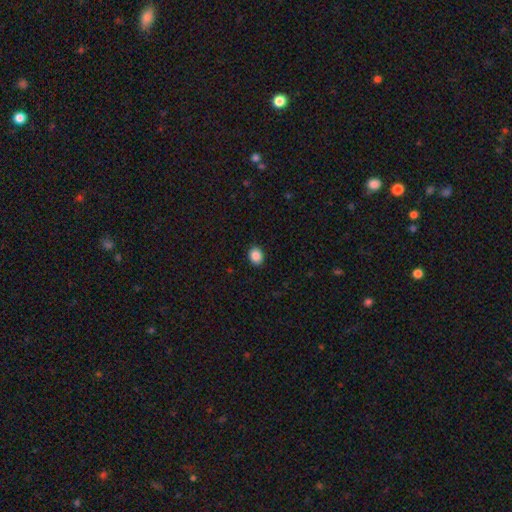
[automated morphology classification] Q: Smooth or featured?
A: smooth (88%); runner-up: star or artifact (9%)
Q: How rounded?
A: round (54%); runner-up: in between (45%)
Q: Merging?
A: none (91%); runner-up: minor disturbance (6%)